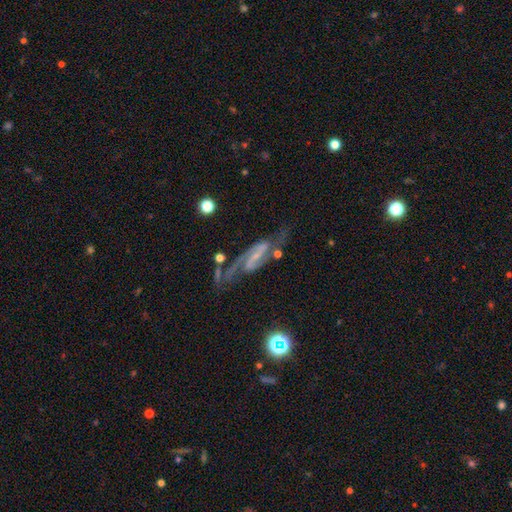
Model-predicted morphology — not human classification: A featured or disk galaxy (87%) with a strong bar (45%), 2 (92%) medium (52%) spiral arms (97%) and a small central bulge (62%). Merging: none (65%).